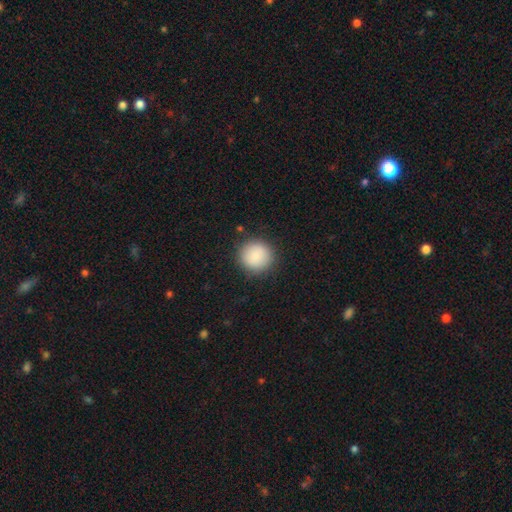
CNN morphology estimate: Smooth or featured? smooth (88%)
How rounded? round (93%)
Merging? none (88%)